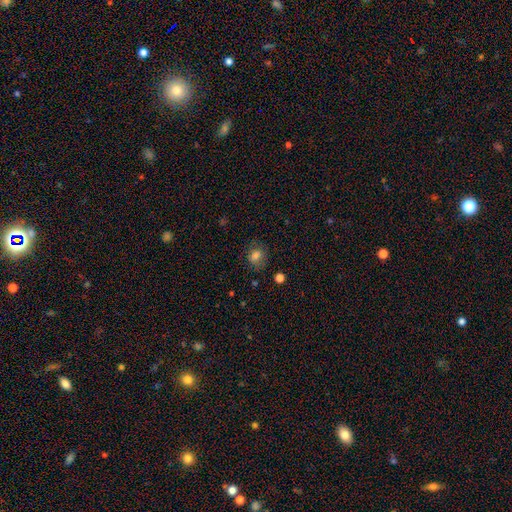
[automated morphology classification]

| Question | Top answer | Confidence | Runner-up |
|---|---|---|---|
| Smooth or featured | smooth | 76% | star or artifact (12%) |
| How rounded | round | 52% | in between (47%) |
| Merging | none | 75% | minor disturbance (17%) |